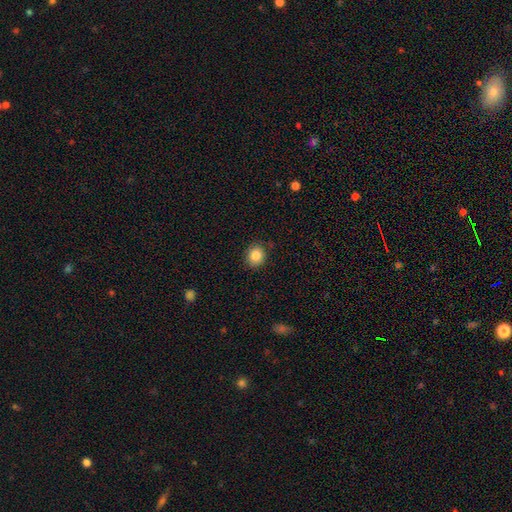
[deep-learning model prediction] The model was most divided on "how rounded": round: 73%, in between: 26%, cigar-shaped: 1%. More confident: merging — none (86%); smooth or featured — smooth (85%).